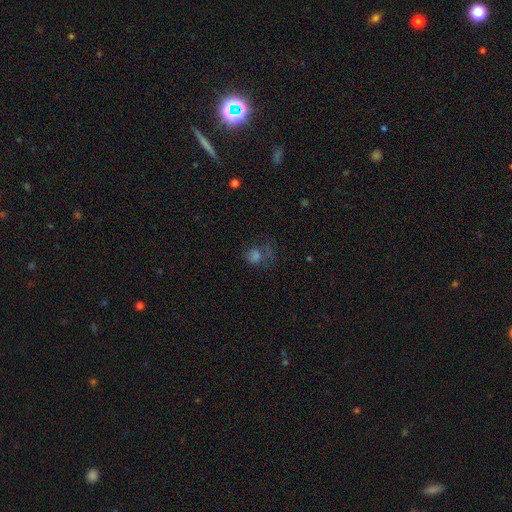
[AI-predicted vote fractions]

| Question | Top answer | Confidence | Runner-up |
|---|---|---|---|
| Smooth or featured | smooth | 51% | star or artifact (31%) |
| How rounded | round | 63% | in between (36%) |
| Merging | none | 43% | major disturbance (31%) |